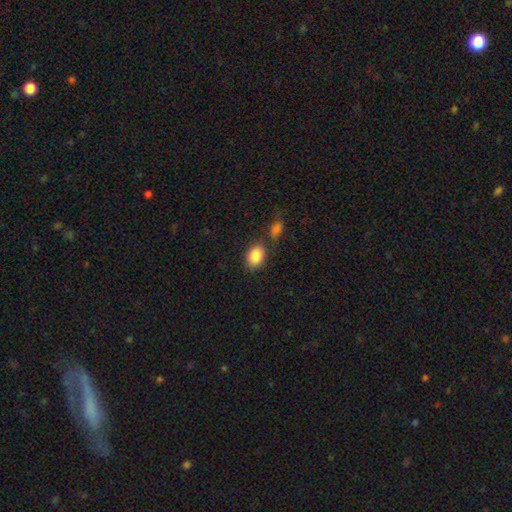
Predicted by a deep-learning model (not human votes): A smooth galaxy with no disk features (86%) that is in between round and cigar-shaped (82%). Merging: none (68%).